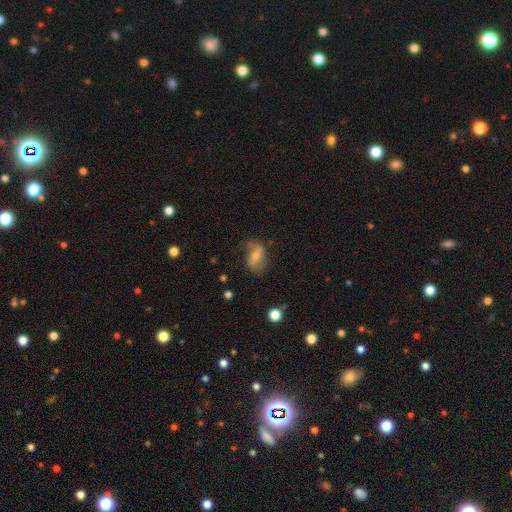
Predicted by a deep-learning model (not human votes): A smooth galaxy with no disk features (51%) that is in between round and cigar-shaped (84%).

Vote fractions:
- Smooth or featured? smooth: 51% / featured or disk: 39% / star or artifact: 9%
- How rounded? in between: 84% / round: 14% / cigar-shaped: 3%
- Merging? none: 57% / minor disturbance: 27% / major disturbance: 14% / merger: 3%